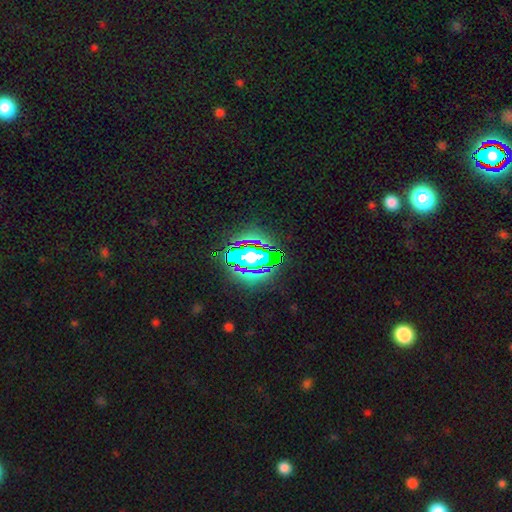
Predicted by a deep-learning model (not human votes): This appears to be a star or artifact, not a galaxy (78%).